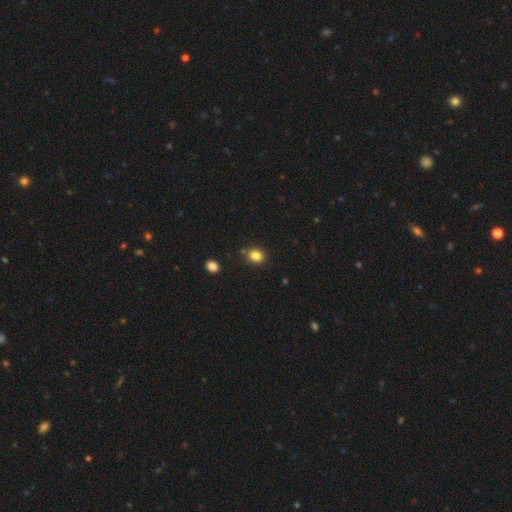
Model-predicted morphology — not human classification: Smooth or featured? smooth (83%)
How rounded? round (62%)
Merging? none (81%)